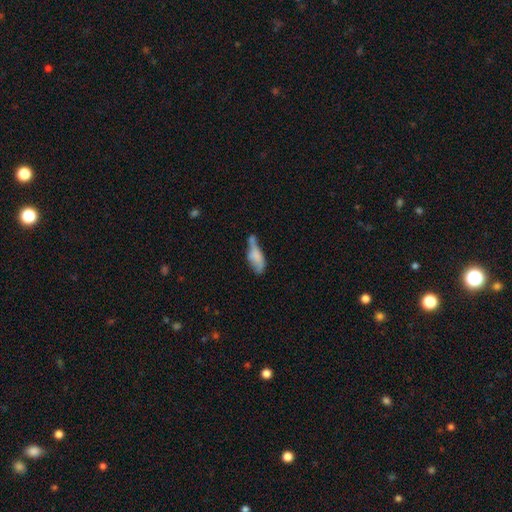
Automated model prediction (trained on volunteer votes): smooth-or-featured: smooth: 67% | featured or disk: 25% | star or artifact: 9%
  how-rounded: in between: 68% | cigar-shaped: 29% | round: 3%
  merging: minor disturbance: 29% | none: 26% | merger: 25% | major disturbance: 20%